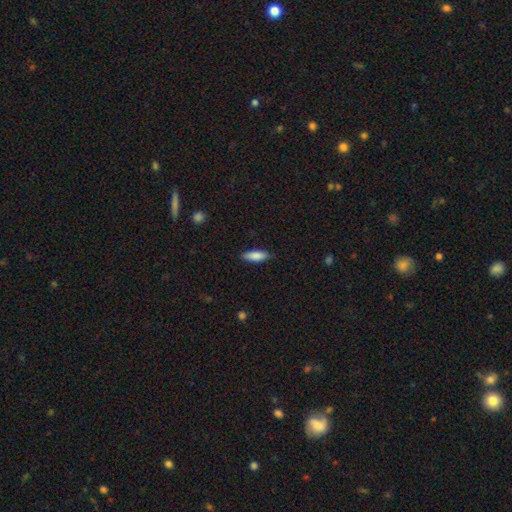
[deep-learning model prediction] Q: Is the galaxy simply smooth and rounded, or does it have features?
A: smooth — 87%.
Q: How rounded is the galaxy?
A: in between — 63%.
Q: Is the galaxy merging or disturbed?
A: none — 87%.